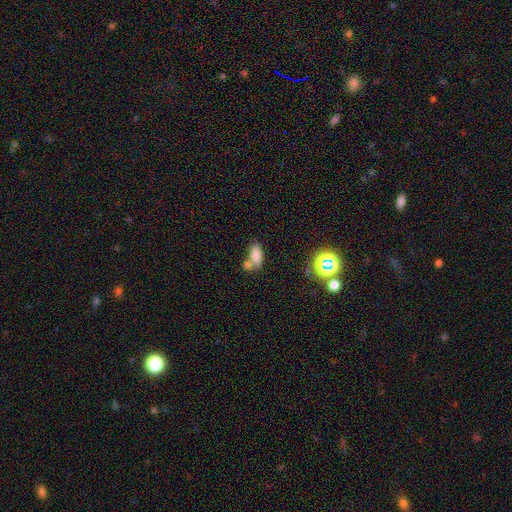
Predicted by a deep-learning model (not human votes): Smooth or featured? Predicted: smooth (p=0.80). How rounded? Predicted: in between (p=0.89). Merging? Predicted: none (p=0.41, tied with merger).